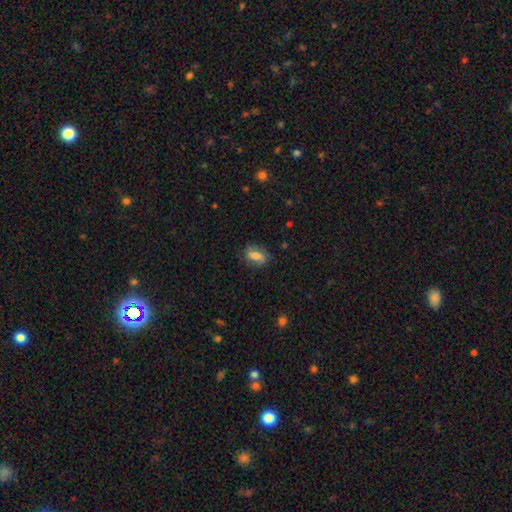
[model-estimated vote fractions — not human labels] A smooth galaxy with no disk features (49%).

Vote fractions:
- Smooth or featured? smooth: 49% / featured or disk: 42% / star or artifact: 9%
- Merging? none: 74% / minor disturbance: 18% / major disturbance: 6% / merger: 1%